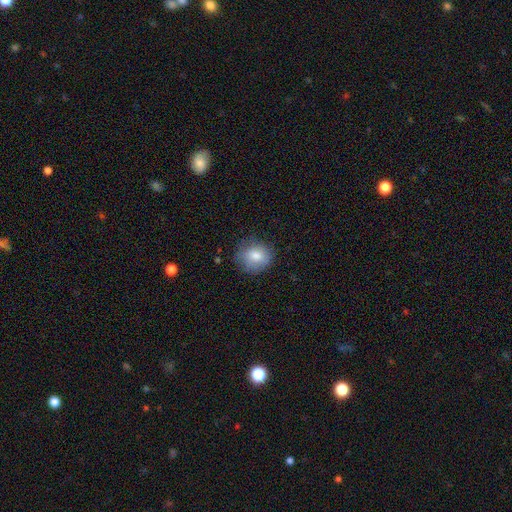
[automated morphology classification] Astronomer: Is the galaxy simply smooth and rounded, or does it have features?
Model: smooth — 80%.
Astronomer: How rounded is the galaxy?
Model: round — 77%.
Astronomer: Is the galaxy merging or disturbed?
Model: none — 77%.